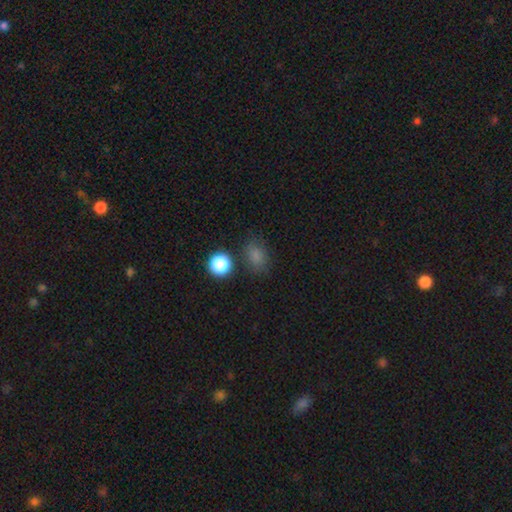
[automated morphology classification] Smooth or featured: smooth — 78% (star or artifact — 17%)
How rounded: in between — 64% (round — 34%)
Merging: none — 73% (minor disturbance — 16%)